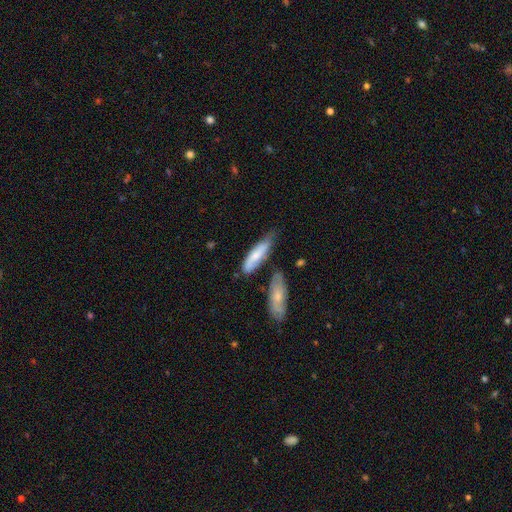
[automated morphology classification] type=smooth (64%); roundness=cigar-shaped (58%); merging=none (51%).